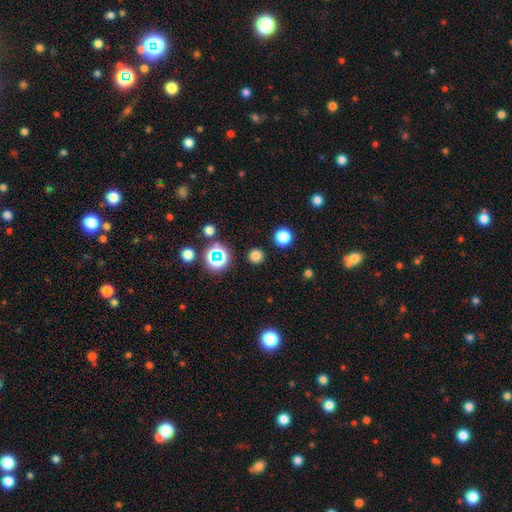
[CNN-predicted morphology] Smooth or featured?
  - smooth: 72% *
  - star or artifact: 23%
  - featured or disk: 5%
How rounded?
  - round: 94% *
  - in between: 5%
  - cigar-shaped: 1%
Merging?
  - none: 89% *
  - minor disturbance: 6%
  - major disturbance: 3%
  - merger: 2%